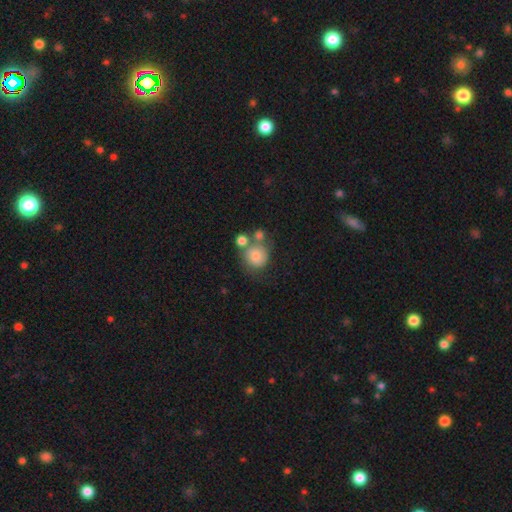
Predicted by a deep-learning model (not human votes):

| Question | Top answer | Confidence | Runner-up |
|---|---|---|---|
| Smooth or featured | smooth | 72% | featured or disk (18%) |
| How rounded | round | 87% | in between (12%) |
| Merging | none | 48% | merger (28%) |